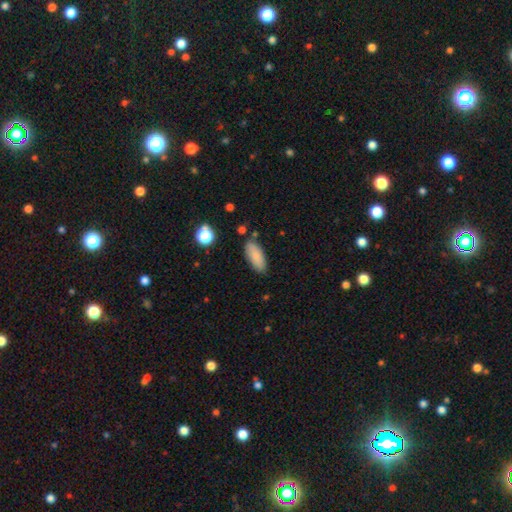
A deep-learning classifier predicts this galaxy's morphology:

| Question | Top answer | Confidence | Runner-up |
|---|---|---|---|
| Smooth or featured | smooth | 85% | star or artifact (8%) |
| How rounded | in between | 78% | cigar-shaped (20%) |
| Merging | none | 81% | minor disturbance (14%) |